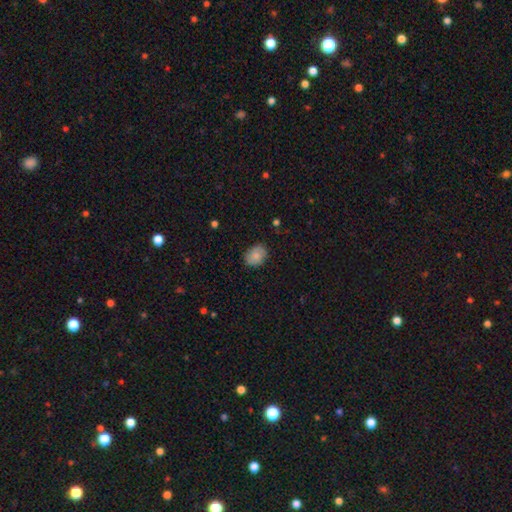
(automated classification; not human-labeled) smooth_or_featured: smooth (p=0.81) [alt: featured or disk p=0.11]
how_rounded: in between (p=0.61) [alt: round p=0.38]
merging: none (p=0.81) [alt: minor disturbance p=0.15]